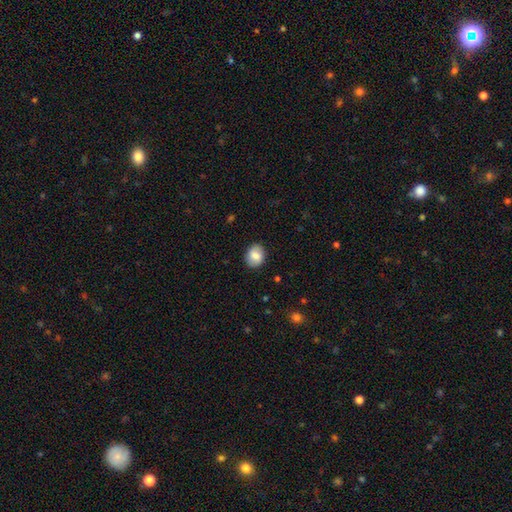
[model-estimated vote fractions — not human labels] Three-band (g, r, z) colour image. It shows a smooth galaxy with no disk features (80%) that is round (53%). Merging: none (87%).